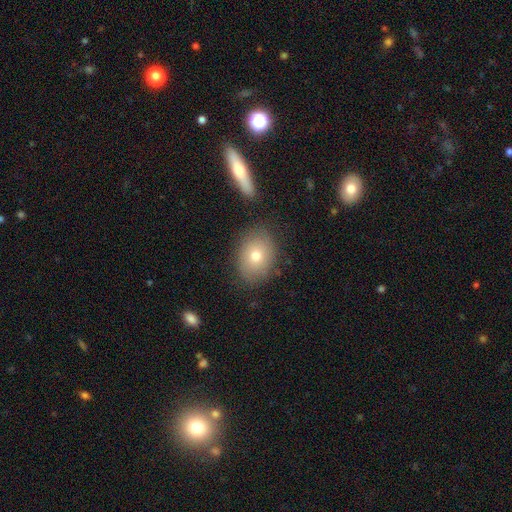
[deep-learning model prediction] A smooth galaxy with no disk features (73%) that is in between round and cigar-shaped (65%). Merging: none (81%).